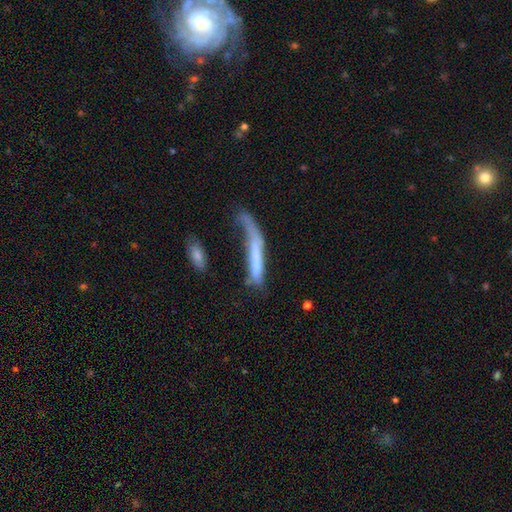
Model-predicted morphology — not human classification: type=smooth (51%); roundness=cigar-shaped (87%); merging=major disturbance (40%).